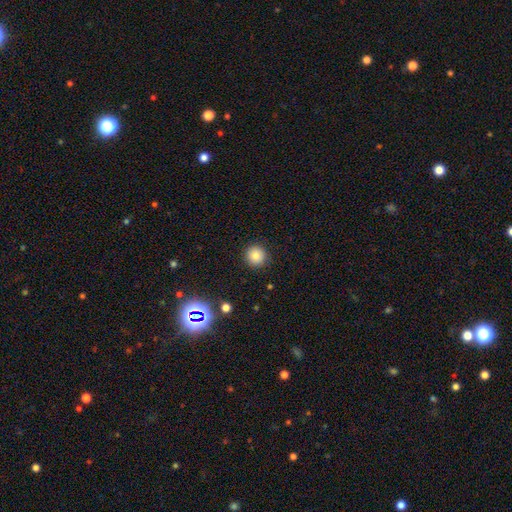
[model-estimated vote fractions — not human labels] A smooth galaxy with no disk features (83%) that is round (95%).

Vote fractions:
- Smooth or featured? smooth: 83% / star or artifact: 11% / featured or disk: 5%
- How rounded? round: 95% / in between: 4% / cigar-shaped: 1%
- Merging? none: 92% / minor disturbance: 5% / major disturbance: 2% / merger: 1%